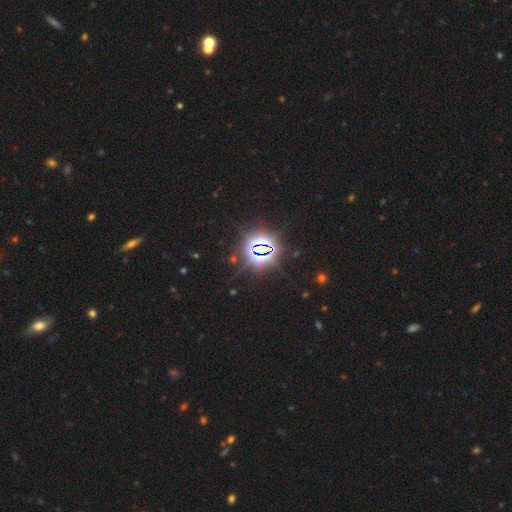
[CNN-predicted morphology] Smooth or featured? Predicted: star or artifact (p=0.85).